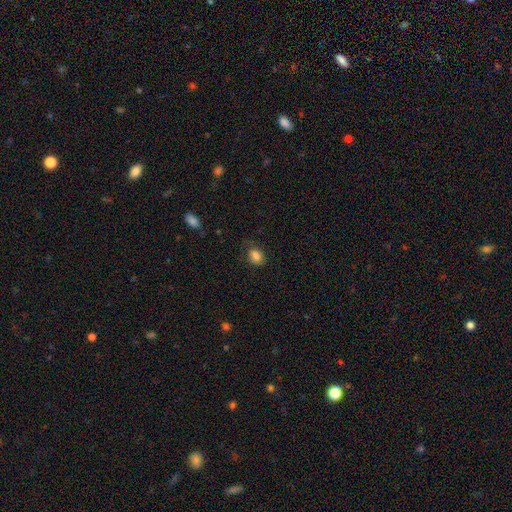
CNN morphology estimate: Overall: smooth (83%). How rounded: in between (73%). Merging: none (69%).